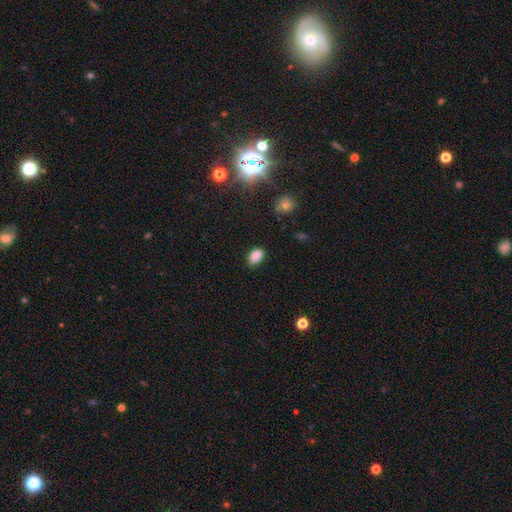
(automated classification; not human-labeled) Smooth or featured? Predicted: smooth (p=0.86). How rounded? Predicted: in between (p=0.88). Merging? Predicted: none (p=0.76).